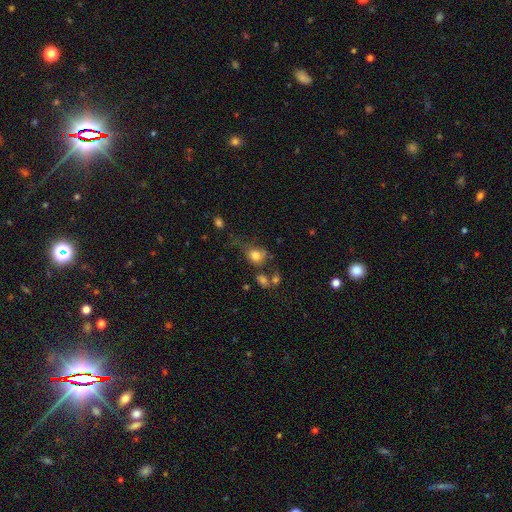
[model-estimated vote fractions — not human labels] Morphology: type=smooth (77%); roundness=round (59%); merging=none (44%).